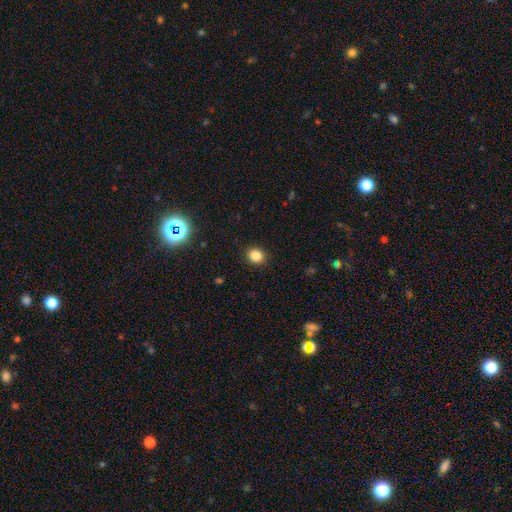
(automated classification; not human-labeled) A smooth galaxy with no disk features (84%) that is round (82%).

Vote fractions:
- Smooth or featured? smooth: 84% / star or artifact: 12% / featured or disk: 4%
- How rounded? round: 82% / in between: 17% / cigar-shaped: 1%
- Merging? none: 91% / minor disturbance: 6% / major disturbance: 2% / merger: 1%